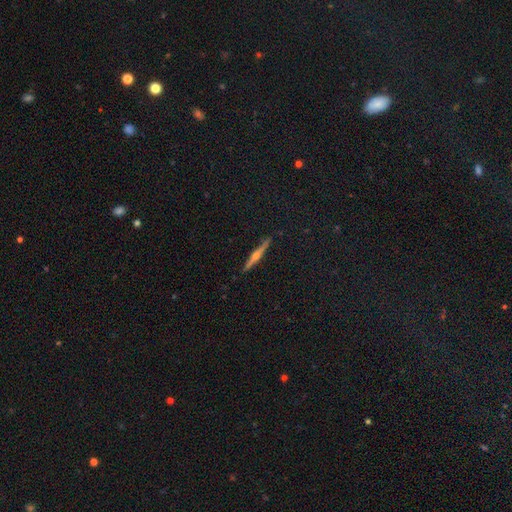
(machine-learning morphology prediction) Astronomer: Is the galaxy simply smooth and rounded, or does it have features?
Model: featured or disk — 74%.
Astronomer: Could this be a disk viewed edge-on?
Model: yes — 98%.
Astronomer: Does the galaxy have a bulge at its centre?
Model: rounded — 87%.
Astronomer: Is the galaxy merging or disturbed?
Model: none — 91%.